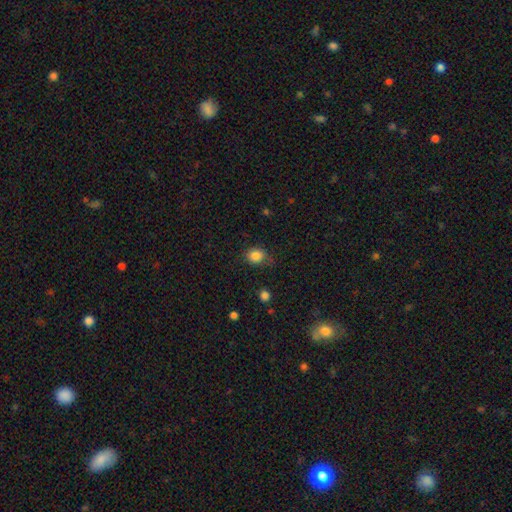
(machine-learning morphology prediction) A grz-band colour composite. It shows a smooth galaxy with no disk features (85%) that is round (70%). Merging: none (74%).